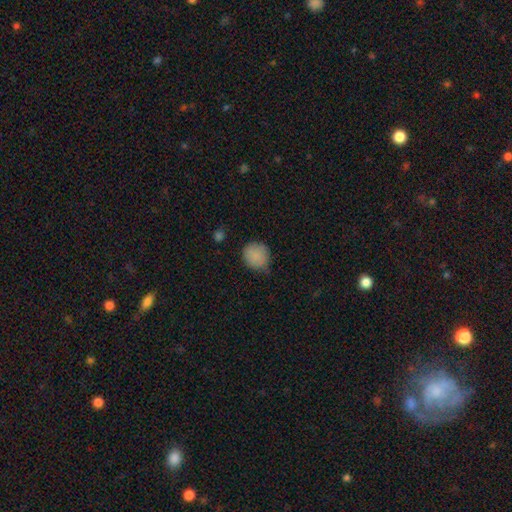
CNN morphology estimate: Overall: smooth (85%). How rounded: round (88%). Merging: none (65%; minor disturbance 28%).